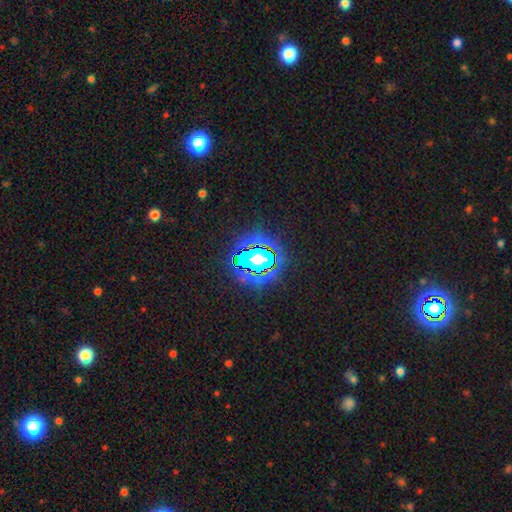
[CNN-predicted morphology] This appears to be a star or artifact, not a galaxy (80%).